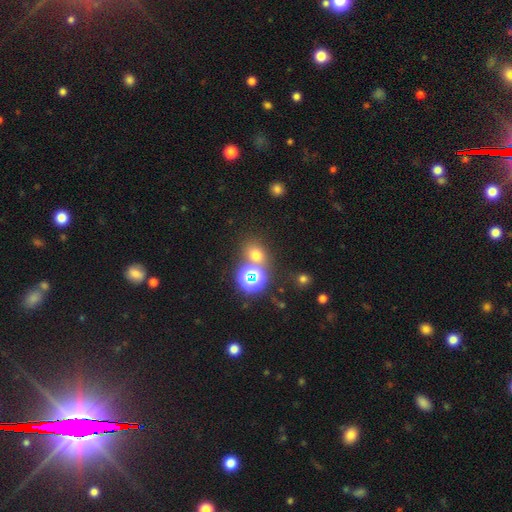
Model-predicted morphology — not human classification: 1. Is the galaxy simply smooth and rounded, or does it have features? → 60% smooth, 32% star or artifact, 8% featured or disk.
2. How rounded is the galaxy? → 68% round, 31% in between, 1% cigar-shaped.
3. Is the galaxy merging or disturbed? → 69% none, 18% merger, 9% minor disturbance, 4% major disturbance.